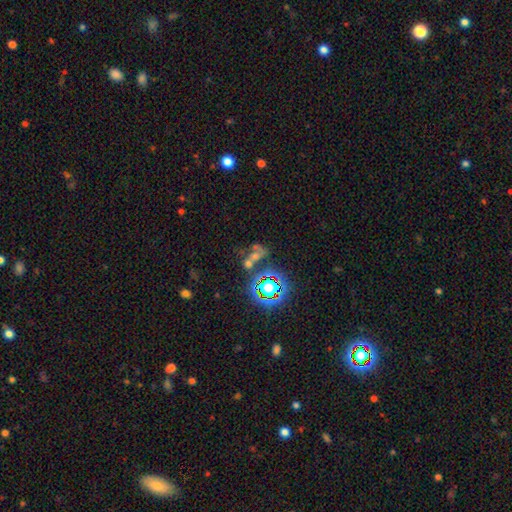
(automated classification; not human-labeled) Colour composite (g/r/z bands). It shows a star or artifact, not a galaxy (48%).